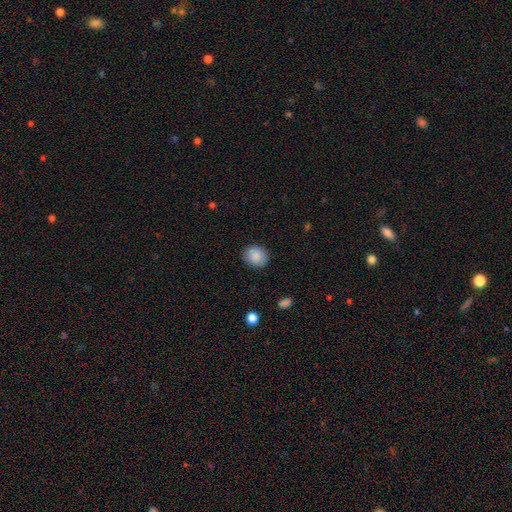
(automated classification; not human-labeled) Smooth or featured? Predicted: smooth (p=0.88). How rounded? Predicted: round (p=0.69). Merging? Predicted: none (p=0.88).